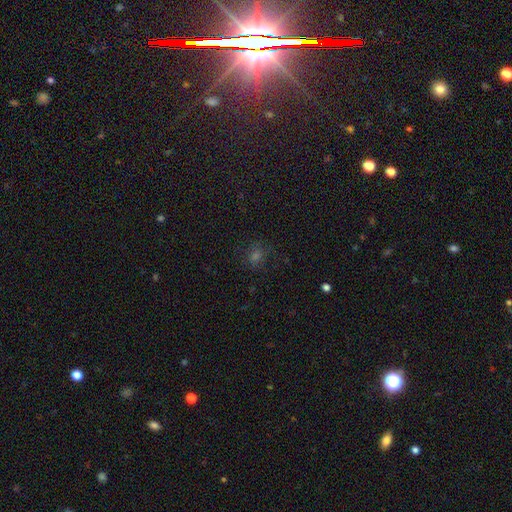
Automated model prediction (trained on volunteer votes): The model was most divided on "smooth or featured": smooth: 48%, star or artifact: 40%, featured or disk: 12%. More confident: merging — none (80%).